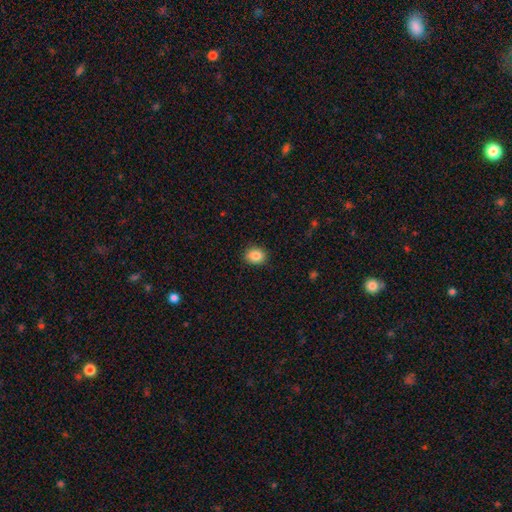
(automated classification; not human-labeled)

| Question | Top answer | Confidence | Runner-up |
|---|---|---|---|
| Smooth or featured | smooth | 86% | star or artifact (9%) |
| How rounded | round | 52% | in between (47%) |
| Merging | none | 89% | minor disturbance (8%) |